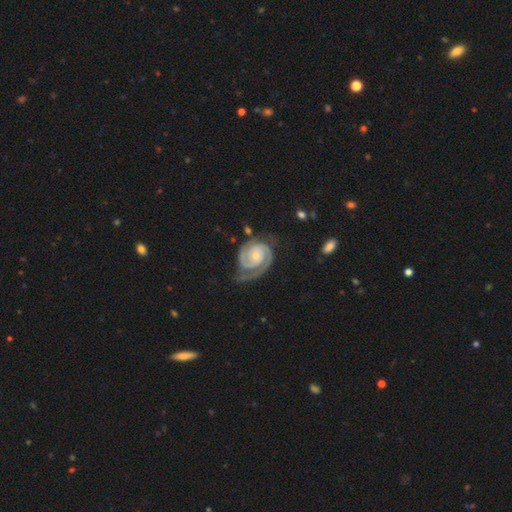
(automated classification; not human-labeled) Smooth or featured? featured or disk (91%)
Edge-on disk? no (98%)
Bar? no (71%)
Spiral arms? yes (98%)
Spiral winding? tight (70%)
Spiral arm count? 2 (80%)
Bulge size? small (67%)
Merging? none (64%)